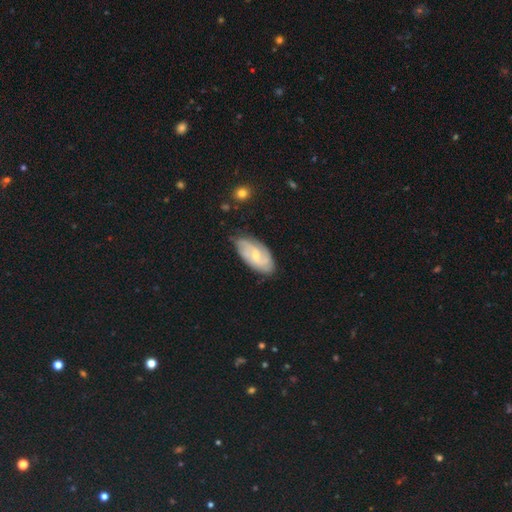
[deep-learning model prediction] This is likely a featured or disk galaxy (71%). It is clearly not viewed edge-on (95%). Bar: possibly weak (50%). Spiral arm pattern: clearly yes (92%). Spiral arm count: marginally 2 (43%). Spiral winding: possibly tight (45%). Central bulge: possibly small (53%). Merging: likely none (73%).